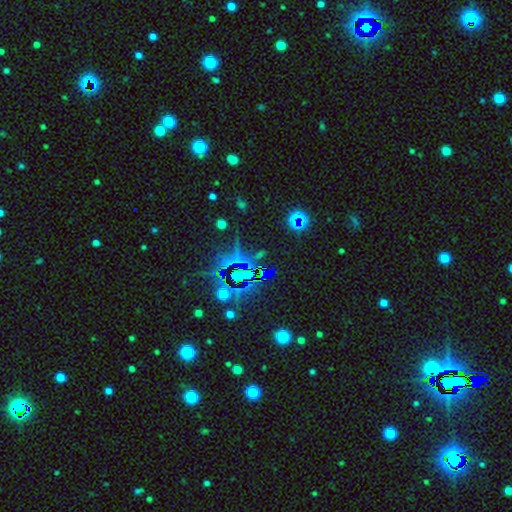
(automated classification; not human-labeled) Morphology: type=star or artifact (81%).